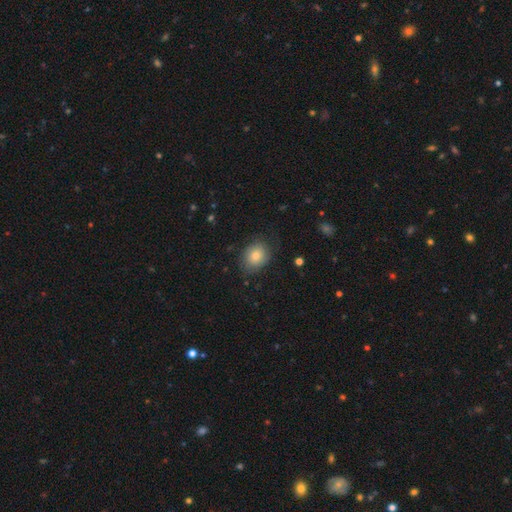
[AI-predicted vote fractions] Smooth or featured? Predicted: smooth (p=0.78). How rounded? Predicted: in between (p=0.55). Merging? Predicted: none (p=0.74).